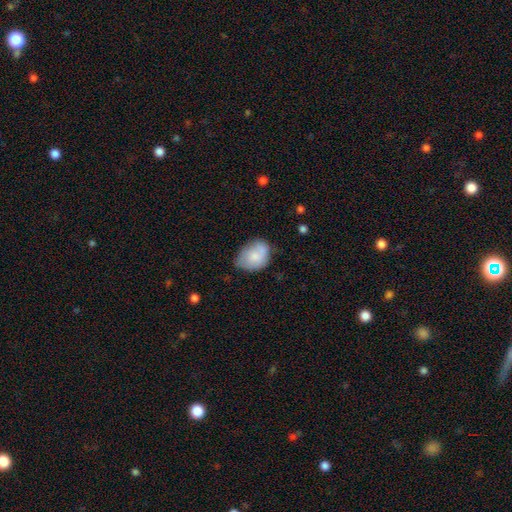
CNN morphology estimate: This appears to be a smooth galaxy with no disk features (77%) that is in between round and cigar-shaped (70%). Merging: none (50%).